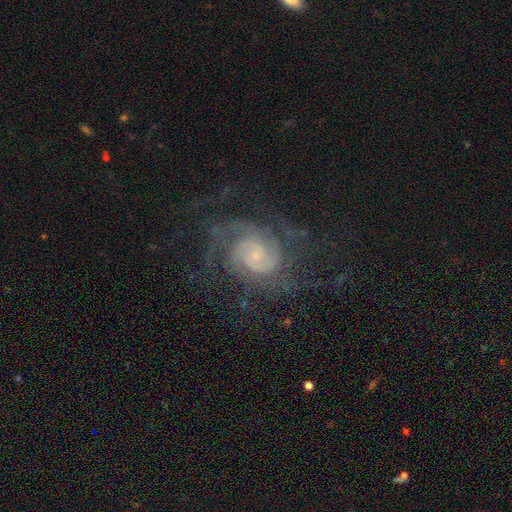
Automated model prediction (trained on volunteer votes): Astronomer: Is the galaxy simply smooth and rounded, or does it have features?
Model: featured or disk — 86%.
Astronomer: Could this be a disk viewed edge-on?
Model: no — 98%.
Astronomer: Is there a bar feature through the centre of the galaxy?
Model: no — 60%.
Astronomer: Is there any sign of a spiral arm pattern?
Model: yes — 97%.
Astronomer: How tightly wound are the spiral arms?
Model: tight — 55% (runner-up: medium, 36%).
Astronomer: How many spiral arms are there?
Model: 2 — 46%.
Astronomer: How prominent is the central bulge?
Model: small — 73%.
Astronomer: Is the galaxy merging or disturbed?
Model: none — 68%.